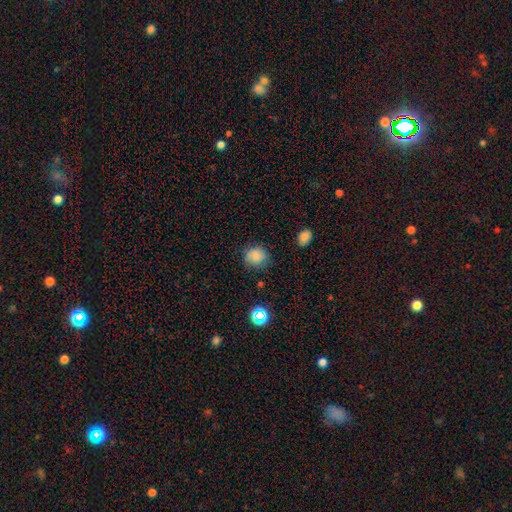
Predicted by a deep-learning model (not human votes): Morphology: type=smooth (78%); roundness=round (82%); merging=none (75%).